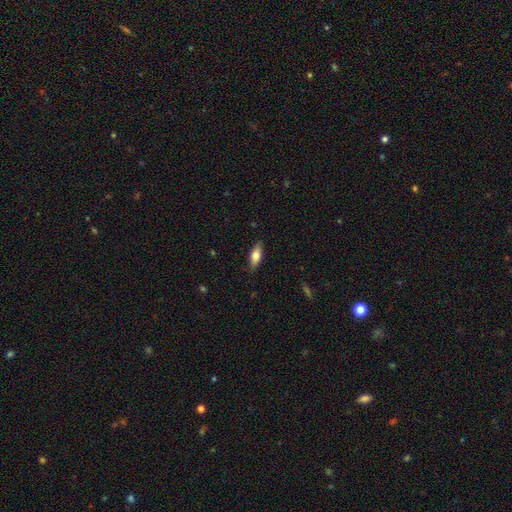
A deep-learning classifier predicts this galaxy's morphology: The model was most divided on "how rounded": in between: 71%, cigar-shaped: 27%, round: 2%. More confident: merging — none (86%); smooth or featured — smooth (74%).